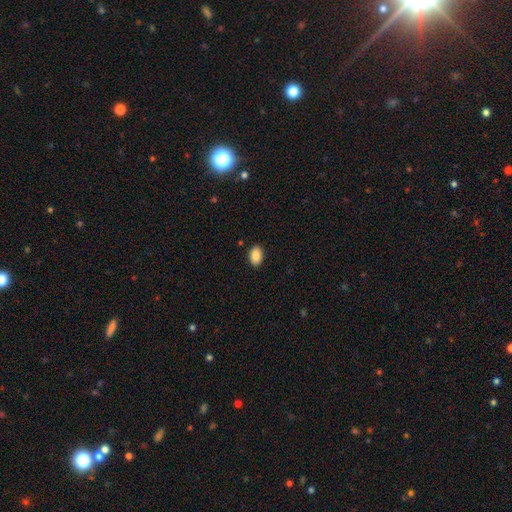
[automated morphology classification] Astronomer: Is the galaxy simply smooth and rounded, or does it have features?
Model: smooth — 89%.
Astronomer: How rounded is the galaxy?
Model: in between — 88%.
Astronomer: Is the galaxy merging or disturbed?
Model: none — 89%.